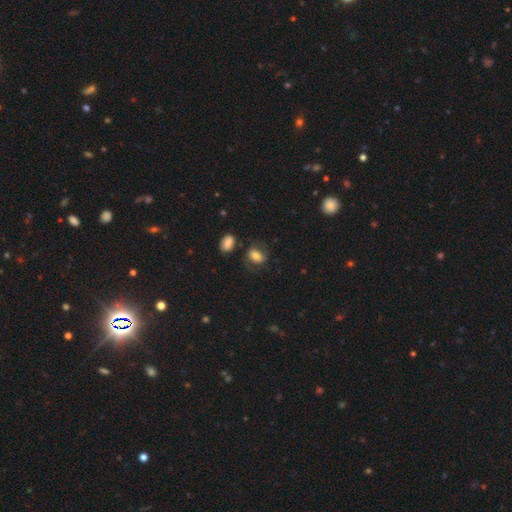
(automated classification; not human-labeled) Morphology: type=smooth (68%); roundness=in between (75%); merging=none (63%).